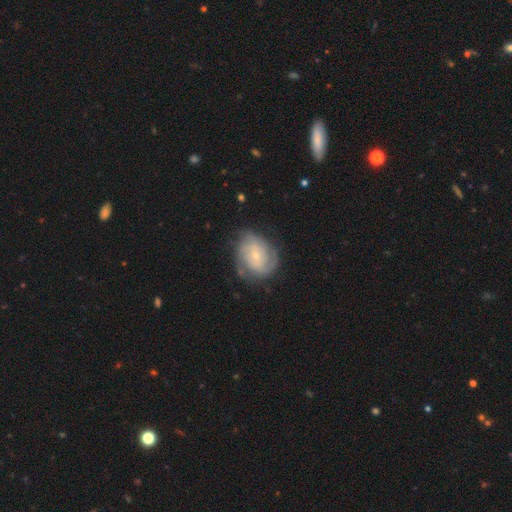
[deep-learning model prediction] smooth-or-featured: featured or disk: 73% | smooth: 21% | star or artifact: 6%
  disk-edge-on: no: 97% | yes: 3%
    bar: no: 67% | weak: 28% | strong: 5%
    has-spiral-arms: yes: 90% | no: 10%
      spiral-winding: tight: 55% | medium: 34% | loose: 12%
      spiral-arm-count: can't tell: 34% | 2: 33% | 3: 18% | 4: 6% | 1: 5% | more than 4: 4%
    bulge-size: small: 70% | moderate: 26% | none: 2% | large: 1% | dominant: 1%
  merging: none: 68% | minor disturbance: 22% | major disturbance: 9% | merger: 1%